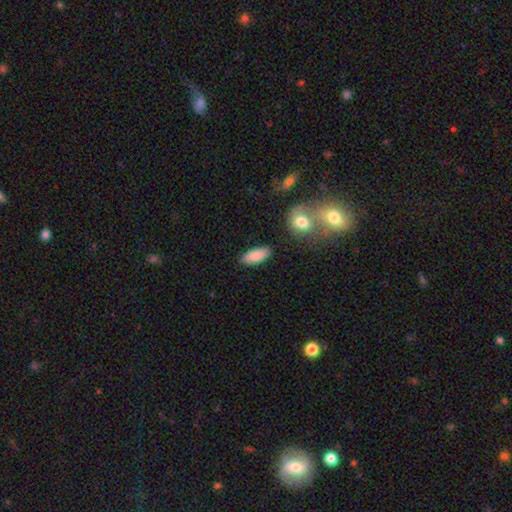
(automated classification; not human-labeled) Q: Smooth or featured?
A: smooth (87%); runner-up: featured or disk (6%)
Q: How rounded?
A: in between (82%); runner-up: cigar-shaped (16%)
Q: Merging?
A: none (84%); runner-up: minor disturbance (10%)